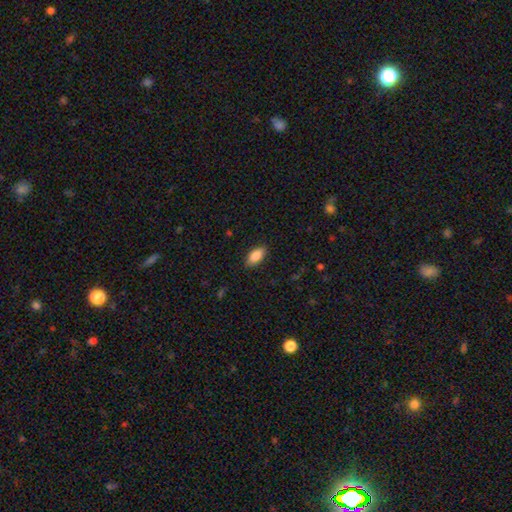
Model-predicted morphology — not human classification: A smooth galaxy with no disk features (88%) that is in between round and cigar-shaped (92%). Merging: none (87%).